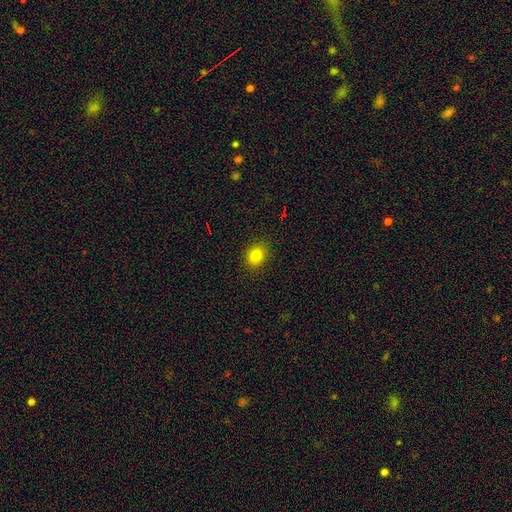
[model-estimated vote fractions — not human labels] smooth-or-featured: smooth: 81% | star or artifact: 12% | featured or disk: 7%
  how-rounded: round: 56% | in between: 43% | cigar-shaped: 1%
  merging: none: 90% | minor disturbance: 7% | major disturbance: 2% | merger: 1%